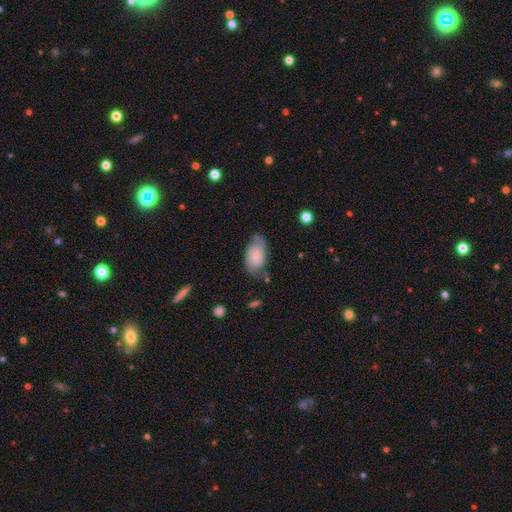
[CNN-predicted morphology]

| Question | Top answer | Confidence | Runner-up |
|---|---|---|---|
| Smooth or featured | smooth | 73% | featured or disk (20%) |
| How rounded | in between | 93% | round (5%) |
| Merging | none | 58% | minor disturbance (30%) |